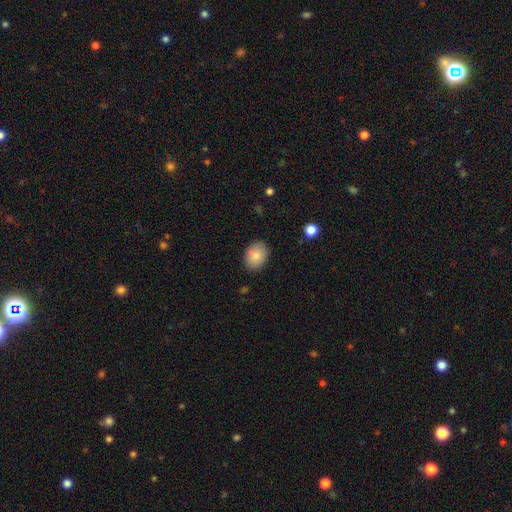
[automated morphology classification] smooth-or-featured: smooth: 84% | featured or disk: 9% | star or artifact: 7%
  how-rounded: in between: 64% | round: 35% | cigar-shaped: 1%
  merging: none: 86% | minor disturbance: 10% | major disturbance: 2% | merger: 1%